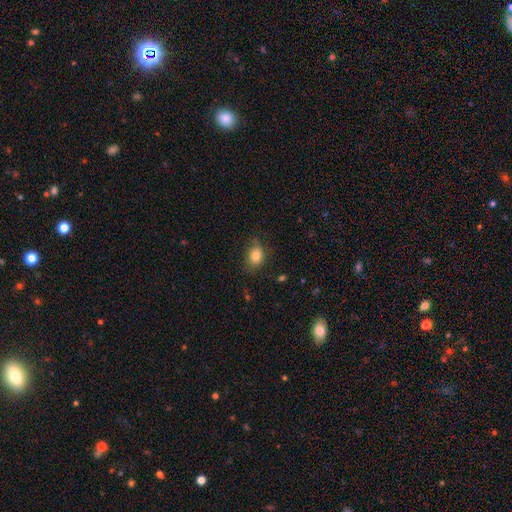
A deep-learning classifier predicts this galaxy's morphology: A smooth galaxy with no disk features (82%) that is in between round and cigar-shaped (67%). Merging: none (74%).